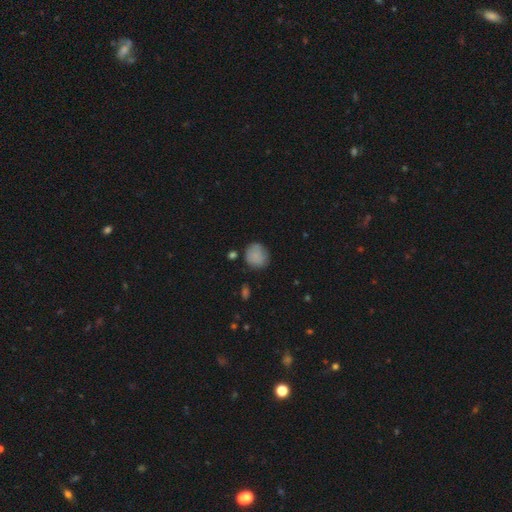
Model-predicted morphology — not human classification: The model was most divided on "merging": none: 73%, minor disturbance: 19%, major disturbance: 5%, merger: 3%. More confident: smooth or featured — smooth (83%); how rounded — round (82%).